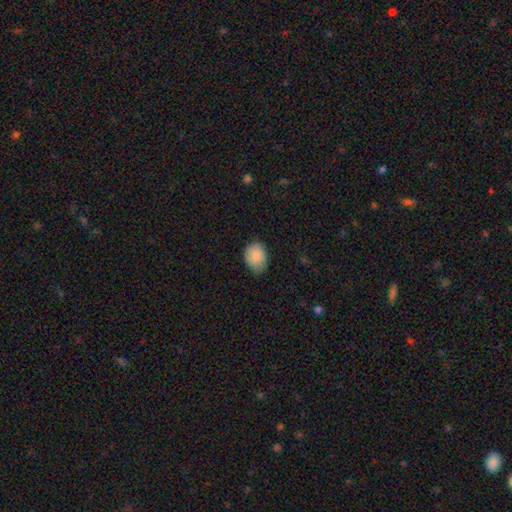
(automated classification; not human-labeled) Overall: smooth (87%). How rounded: in between (62%; round 37%). Merging: none (68%).